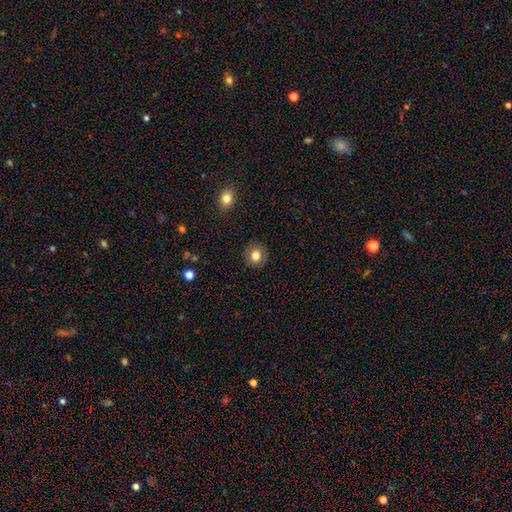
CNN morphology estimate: This is likely a smooth galaxy (78%). How rounded: clearly round (87%). Merging: clearly none (89%).